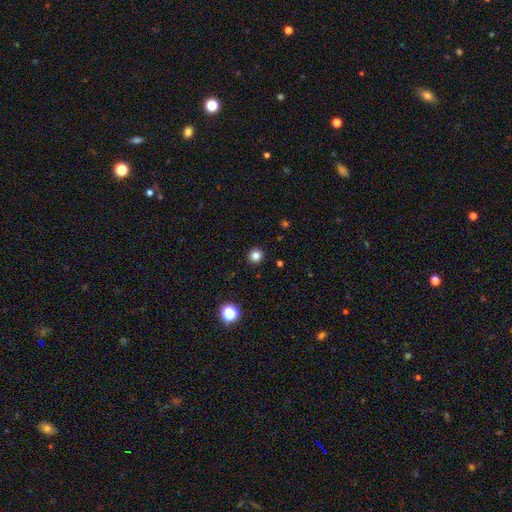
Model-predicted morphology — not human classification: Smooth or featured: smooth — 81% (star or artifact — 14%)
How rounded: round — 95% (in between — 4%)
Merging: none — 93% (minor disturbance — 5%)